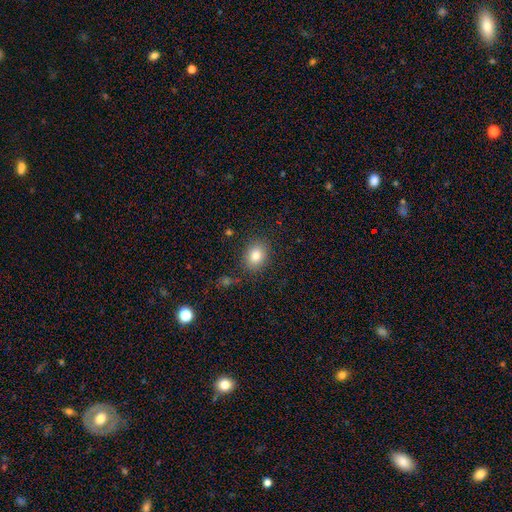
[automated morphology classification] type=smooth (82%); roundness=in between (50%); merging=none (84%).